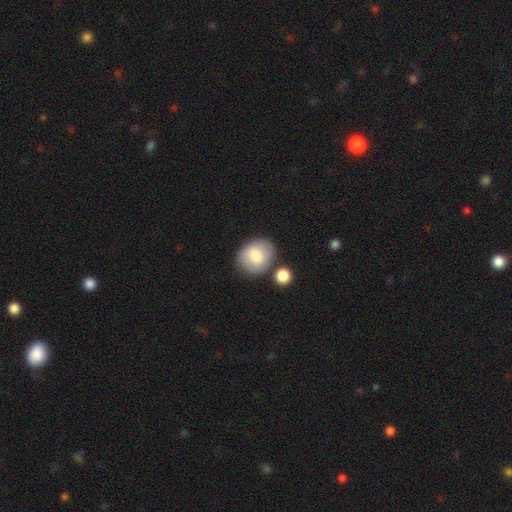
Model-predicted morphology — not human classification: Smooth or featured? smooth (76%)
How rounded? round (52%)
Merging? none (69%)